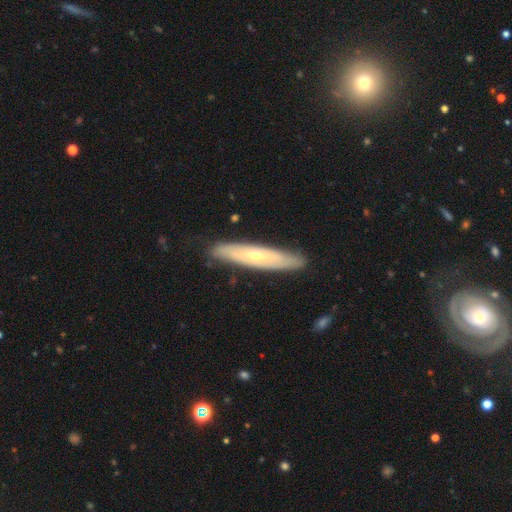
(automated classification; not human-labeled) Smooth or featured: featured or disk — 58% (smooth — 37%)
Edge-on disk: yes — 59% (no — 41%)
Merging: none — 85% (minor disturbance — 11%)